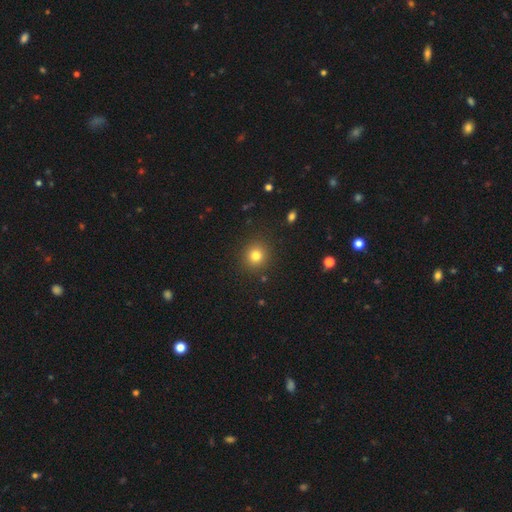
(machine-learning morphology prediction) smooth-or-featured: smooth: 80% | star or artifact: 13% | featured or disk: 7%
  how-rounded: round: 91% | in between: 8% | cigar-shaped: 1%
  merging: none: 90% | minor disturbance: 6% | major disturbance: 2% | merger: 1%